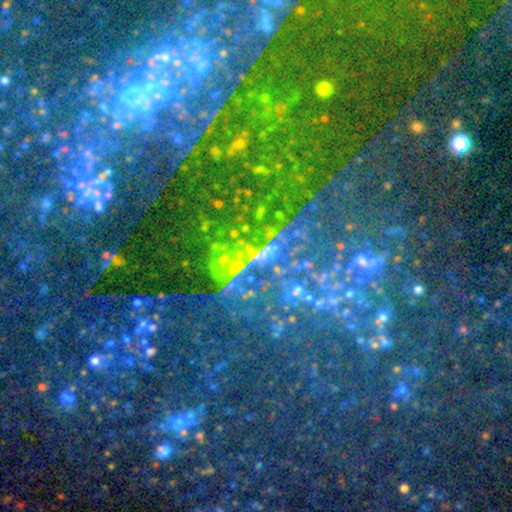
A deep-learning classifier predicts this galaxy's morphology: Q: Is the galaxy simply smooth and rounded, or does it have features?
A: featured or disk — 43%.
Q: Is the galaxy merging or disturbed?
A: none — 48%.